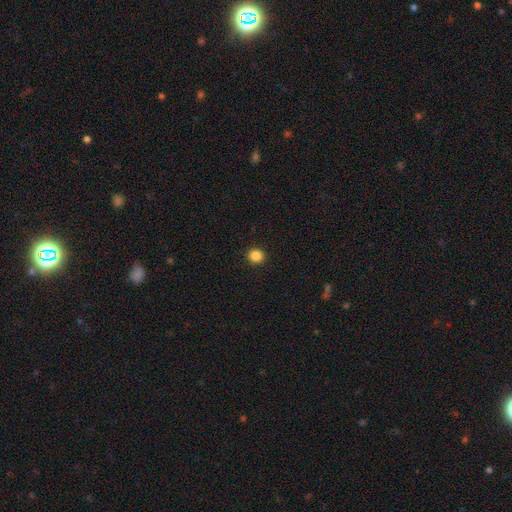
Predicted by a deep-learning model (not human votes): smooth_or_featured: smooth (p=0.86) [alt: star or artifact p=0.11]
how_rounded: round (p=0.91) [alt: in between p=0.08]
merging: none (p=0.93) [alt: minor disturbance p=0.04]